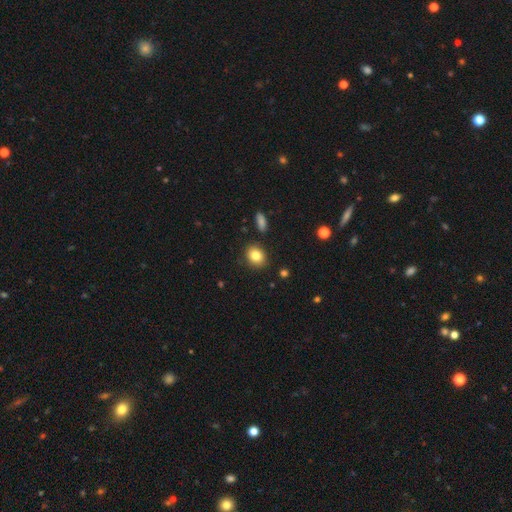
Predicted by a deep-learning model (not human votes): This appears to be a smooth galaxy with no disk features (82%) that is round (56%). Merging: none (87%).